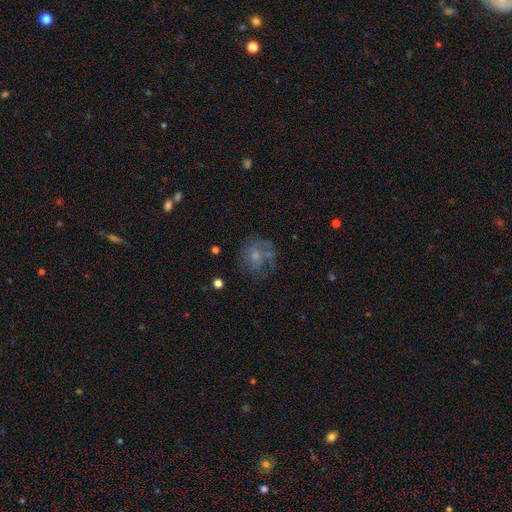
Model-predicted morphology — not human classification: type=featured or disk (45%); merging=none (48%).